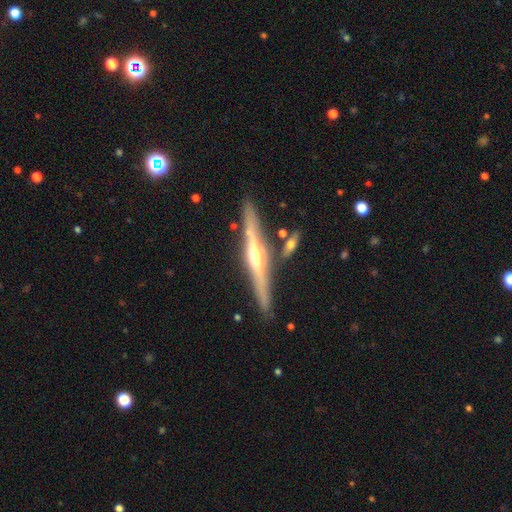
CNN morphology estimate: Smooth or featured?
  - featured or disk: 79% *
  - smooth: 15%
  - star or artifact: 6%
Edge-on disk?
  - yes: 97% *
  - no: 3%
Edge-on bulge?
  - rounded: 84% *
  - none: 8%
  - boxy: 8%
Merging?
  - none: 84% *
  - minor disturbance: 10%
  - merger: 4%
  - major disturbance: 2%